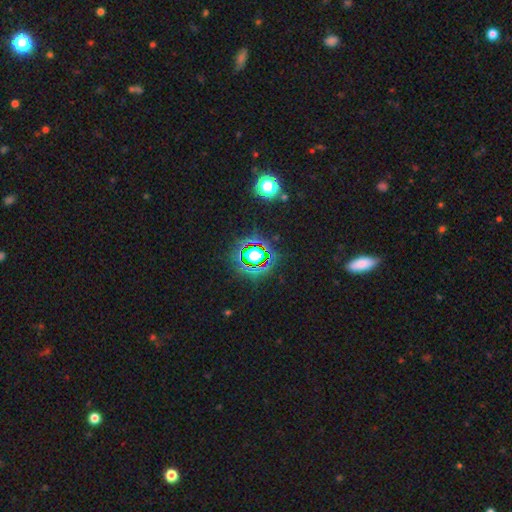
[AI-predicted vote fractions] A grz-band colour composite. It shows a star or artifact, not a galaxy (77%).